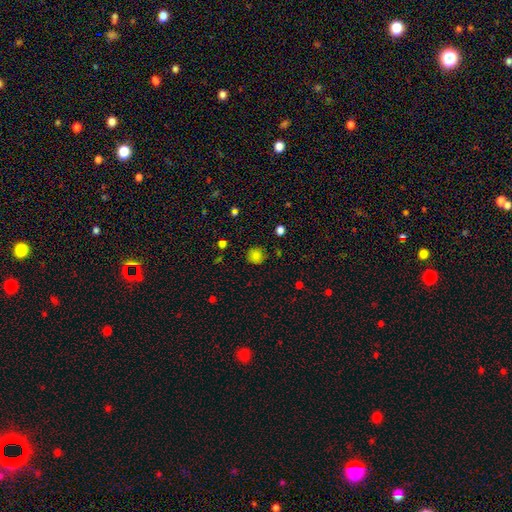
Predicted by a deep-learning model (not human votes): smooth_or_featured: smooth (p=0.83) [alt: star or artifact p=0.12]
how_rounded: round (p=0.91) [alt: in between p=0.08]
merging: none (p=0.83) [alt: minor disturbance p=0.12]